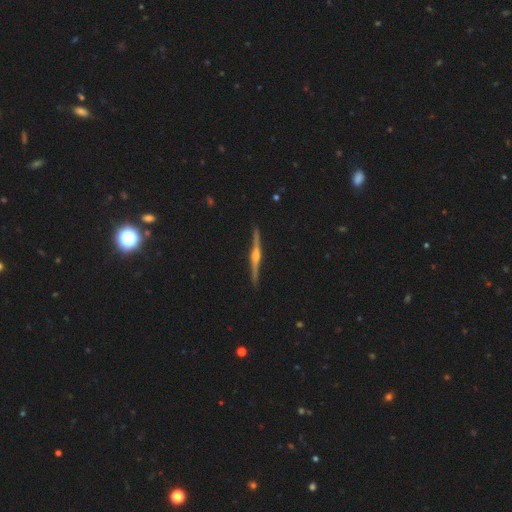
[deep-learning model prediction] The model was most divided on "smooth or featured": featured or disk: 86%, smooth: 9%, star or artifact: 5%. More confident: edge-on disk — yes (98%); merging — none (91%); edge-on bulge — rounded (87%).